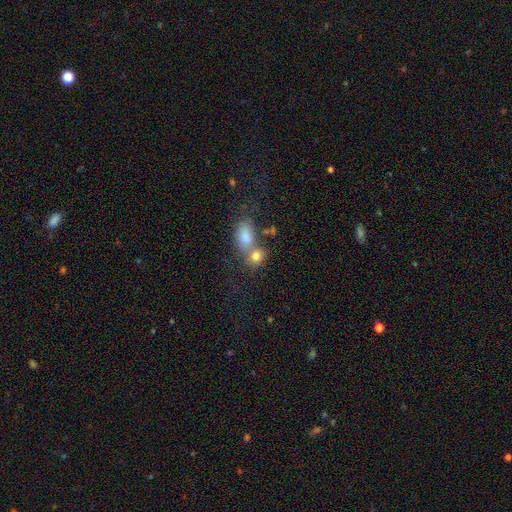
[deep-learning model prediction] Smooth or featured? smooth (77%)
How rounded? in between (56%)
Merging? merger (51%)